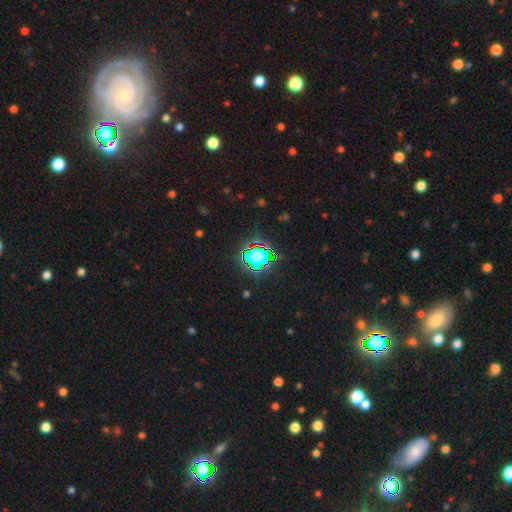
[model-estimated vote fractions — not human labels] Q: Smooth or featured?
A: star or artifact (64%); runner-up: smooth (25%)